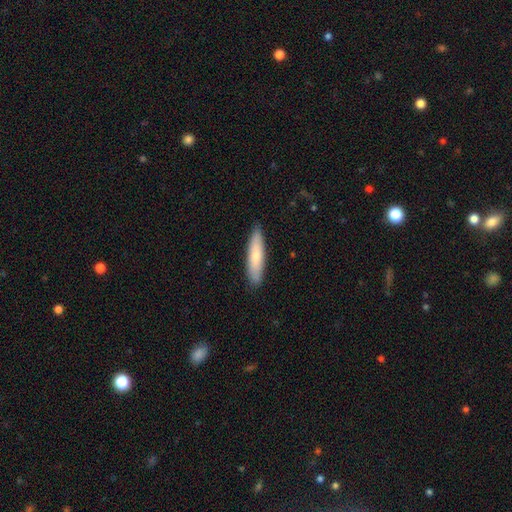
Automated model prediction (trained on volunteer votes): Smooth or featured?
  - smooth: 71% *
  - featured or disk: 23%
  - star or artifact: 5%
How rounded?
  - cigar-shaped: 77% *
  - in between: 22%
  - round: 1%
Merging?
  - none: 88% *
  - minor disturbance: 10%
  - major disturbance: 2%
  - merger: 1%